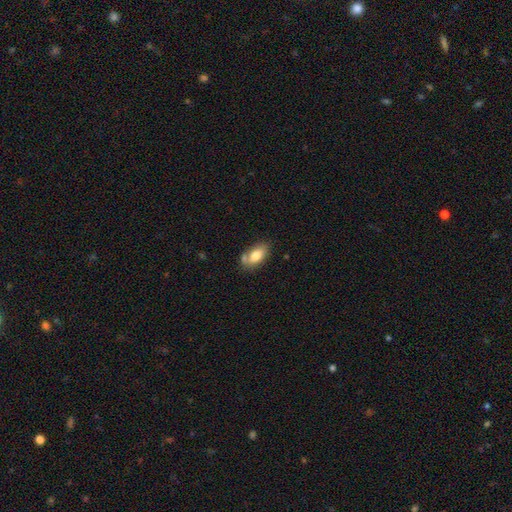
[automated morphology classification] This is likely a smooth galaxy (75%). How rounded: clearly in between (90%). Merging: possibly none (58%).